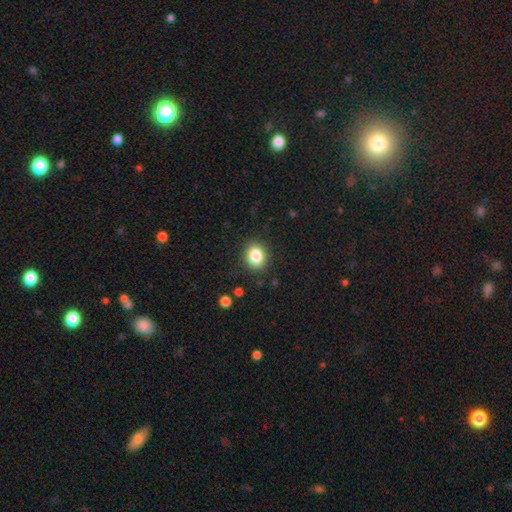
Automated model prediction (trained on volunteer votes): This is clearly a smooth galaxy (84%). How rounded: likely round (61%). Merging: clearly none (88%).